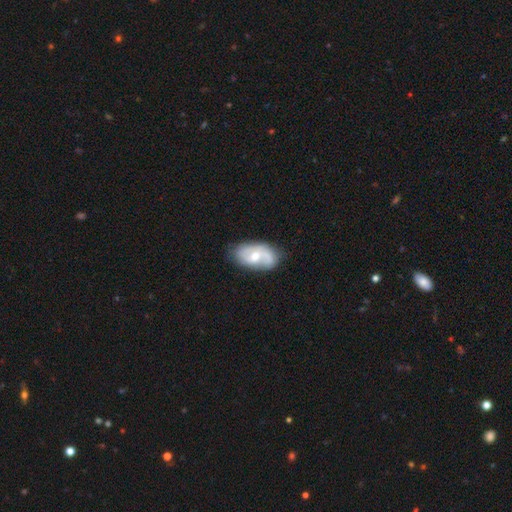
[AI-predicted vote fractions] Smooth or featured? Predicted: featured or disk (p=0.64). Edge-on disk? Predicted: no (p=0.95). Bar? Predicted: no (p=0.56). Spiral arms? Predicted: yes (p=0.85). Spiral winding? Predicted: medium (p=0.43). Spiral arm count? Predicted: 2 (p=0.60). Bulge size? Predicted: moderate (p=0.64). Merging? Predicted: none (p=0.64).